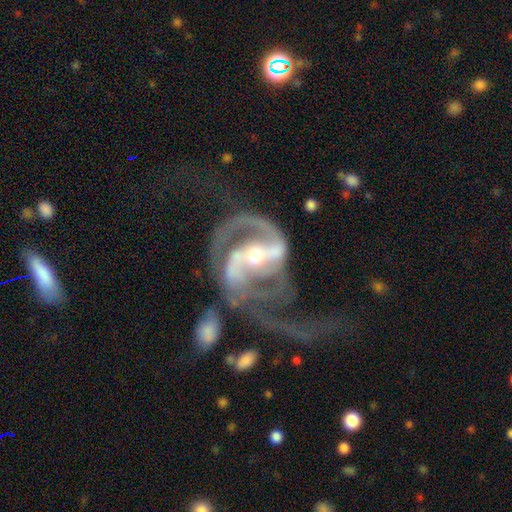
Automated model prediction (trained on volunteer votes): Smooth or featured?
  - featured or disk: 92% *
  - star or artifact: 4%
  - smooth: 4%
Edge-on disk?
  - no: 98% *
  - yes: 2%
Bar?
  - strong: 57% *
  - weak: 28%
  - no: 16%
Spiral arms?
  - yes: 96% *
  - no: 4%
Spiral winding?
  - medium: 52% *
  - loose: 26%
  - tight: 22%
Spiral arm count?
  - 2: 82% *
  - 1: 7%
  - can't tell: 4%
  - 3: 4%
  - 4: 2%
  - more than 4: 2%
Bulge size?
  - moderate: 57% *
  - small: 37%
  - large: 3%
  - none: 1%
  - dominant: 1%
Merging?
  - major disturbance: 42% *
  - none: 28%
  - merger: 16%
  - minor disturbance: 15%